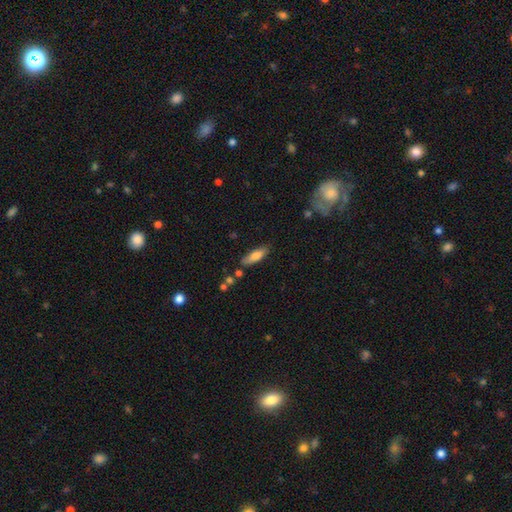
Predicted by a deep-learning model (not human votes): This is likely a smooth galaxy (75%). How rounded: possibly in between (51%). Merging: likely none (76%).